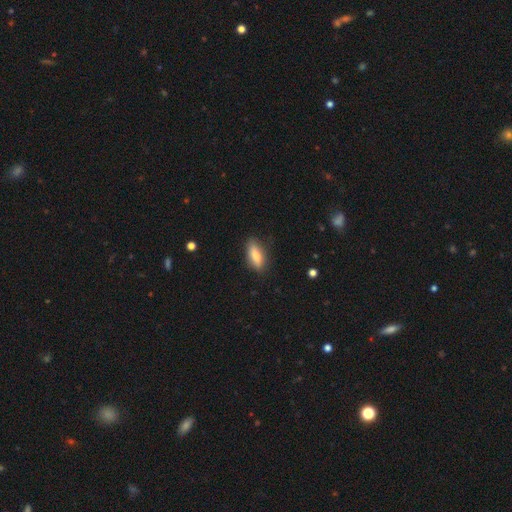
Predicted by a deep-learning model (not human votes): smooth_or_featured: smooth (p=0.81) [alt: featured or disk p=0.13]
how_rounded: in between (p=0.71) [alt: cigar-shaped p=0.27]
merging: none (p=0.82) [alt: minor disturbance p=0.14]